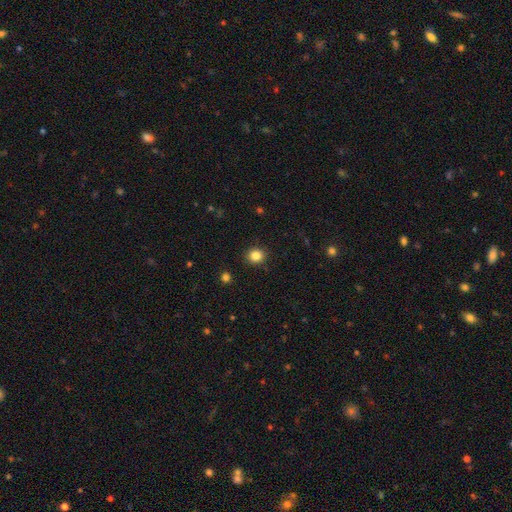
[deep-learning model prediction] This is clearly a smooth galaxy (85%). How rounded: likely round (80%). Merging: clearly none (91%).